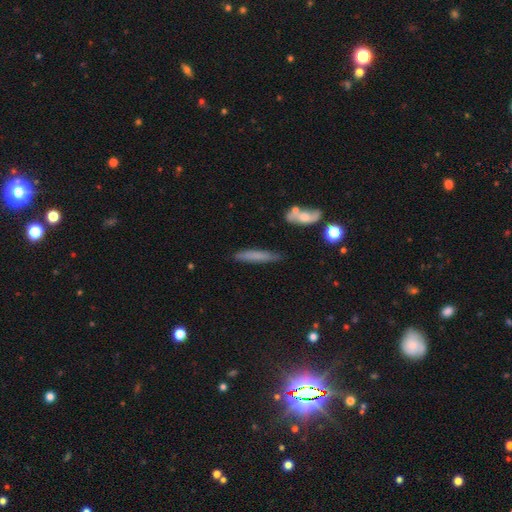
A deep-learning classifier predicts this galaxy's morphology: A smooth galaxy with no disk features (69%) that is cigar-shaped (91%).

Vote fractions:
- Smooth or featured? smooth: 69% / featured or disk: 23% / star or artifact: 8%
- How rounded? cigar-shaped: 91% / in between: 8% / round: 2%
- Merging? none: 81% / minor disturbance: 14% / major disturbance: 3% / merger: 3%